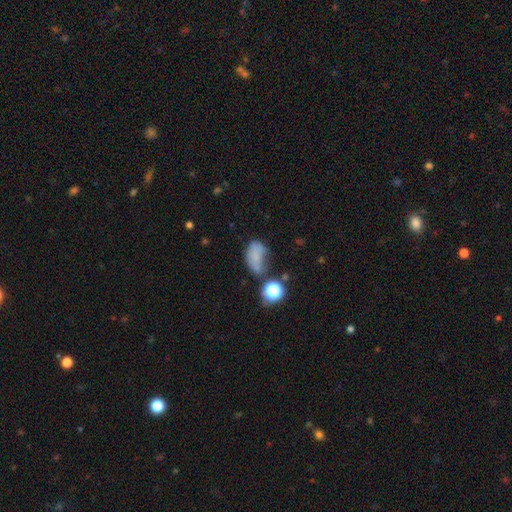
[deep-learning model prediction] Smooth or featured: smooth — 67% (star or artifact — 17%)
How rounded: in between — 82% (round — 16%)
Merging: none — 30% (minor disturbance — 28%)